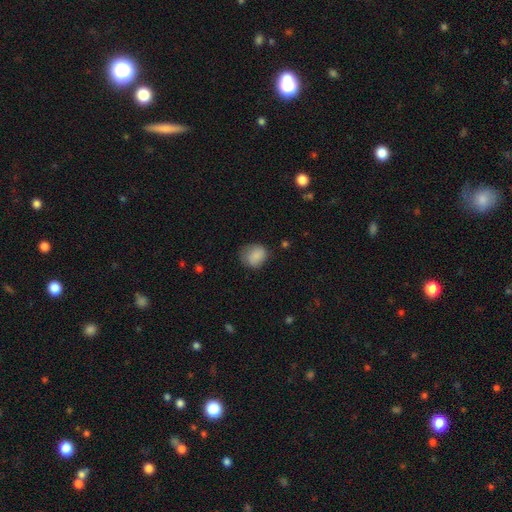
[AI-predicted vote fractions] Q: Smooth or featured?
A: smooth (84%); runner-up: featured or disk (8%)
Q: How rounded?
A: round (68%); runner-up: in between (31%)
Q: Merging?
A: none (62%); runner-up: minor disturbance (28%)